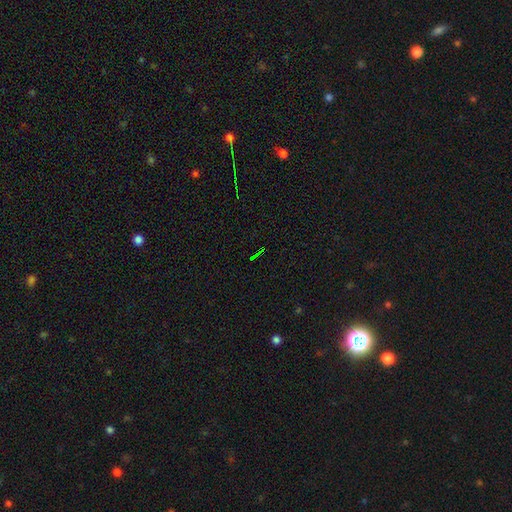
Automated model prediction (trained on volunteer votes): This is likely a star or artifact rather than a galaxy (76%).